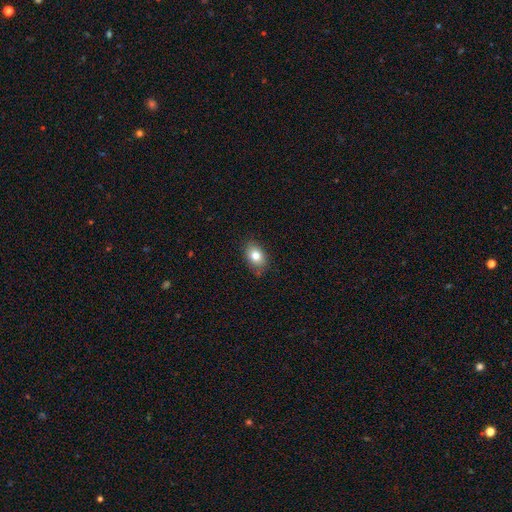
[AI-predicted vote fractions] Smooth or featured? smooth (79%)
How rounded? in between (75%)
Merging? none (82%)